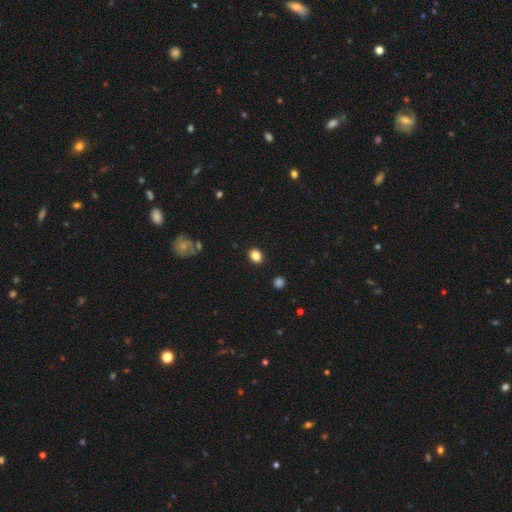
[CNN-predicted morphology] Overall: smooth (85%). How rounded: in between (59%; round 40%). Merging: none (89%).